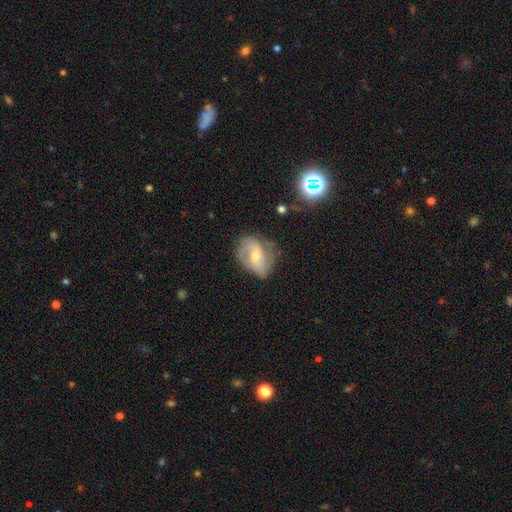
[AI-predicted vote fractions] Smooth or featured? Predicted: featured or disk (p=0.69). Edge-on disk? Predicted: no (p=0.97). Bar? Predicted: no (p=0.46). Spiral arms? Predicted: yes (p=0.86). Spiral winding? Predicted: medium (p=0.45). Spiral arm count? Predicted: 2 (p=0.66). Bulge size? Predicted: moderate (p=0.55). Merging? Predicted: none (p=0.57).